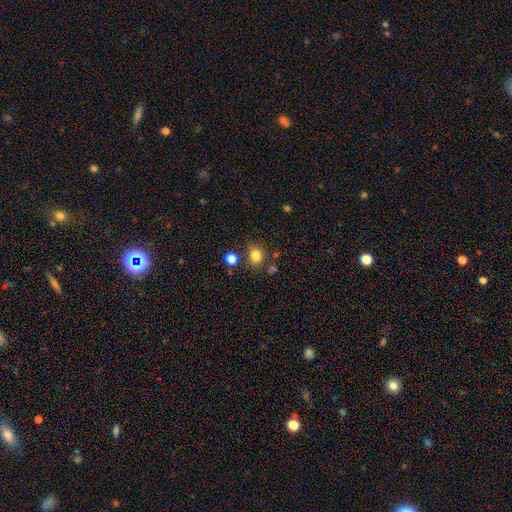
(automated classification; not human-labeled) Smooth or featured: smooth — 81% (star or artifact — 13%)
How rounded: round — 78% (in between — 21%)
Merging: none — 78% (minor disturbance — 10%)